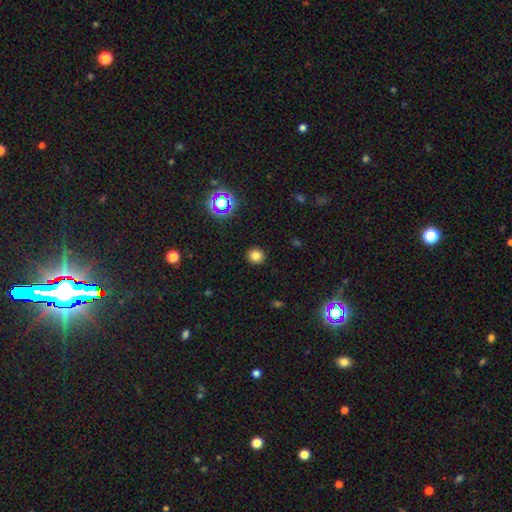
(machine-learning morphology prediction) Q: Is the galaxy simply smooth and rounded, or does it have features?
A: smooth — 78%.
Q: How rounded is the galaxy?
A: round — 90%.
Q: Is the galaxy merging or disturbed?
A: none — 91%.